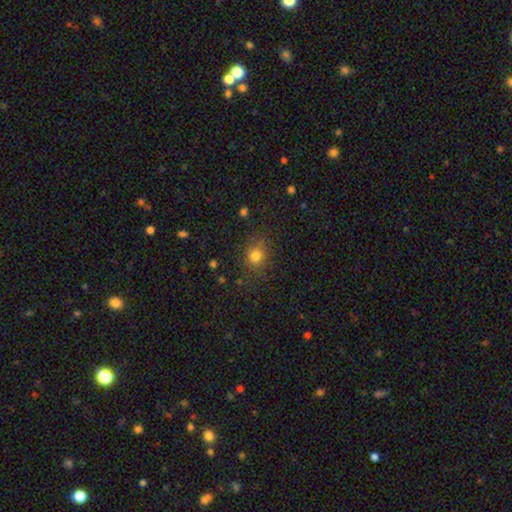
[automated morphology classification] Smooth or featured? smooth (79%)
How rounded? round (77%)
Merging? none (79%)